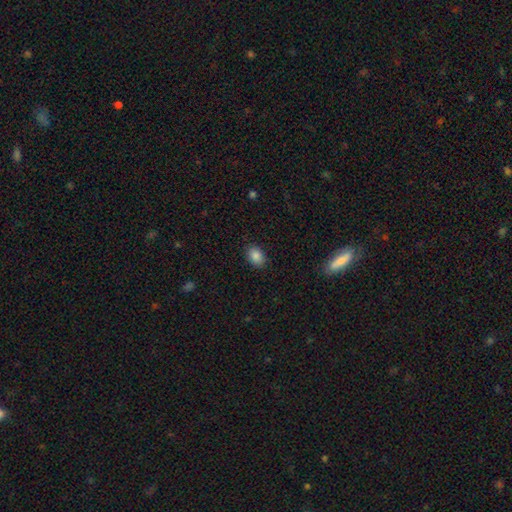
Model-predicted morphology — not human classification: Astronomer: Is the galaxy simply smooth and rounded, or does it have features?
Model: smooth — 87%.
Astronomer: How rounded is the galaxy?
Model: in between — 76%.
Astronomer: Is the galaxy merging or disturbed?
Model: none — 87%.